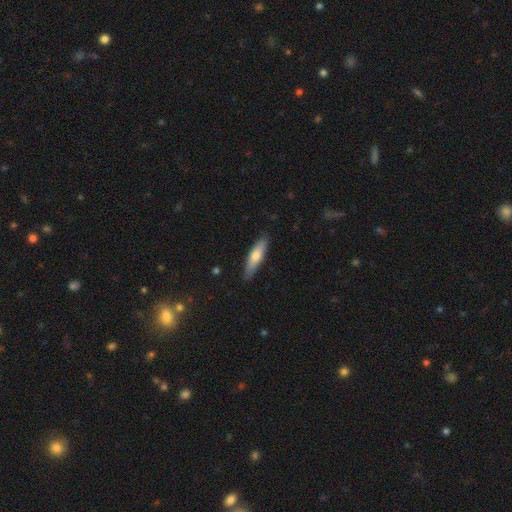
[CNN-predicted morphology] type=smooth (68%); roundness=cigar-shaped (71%); merging=none (86%).